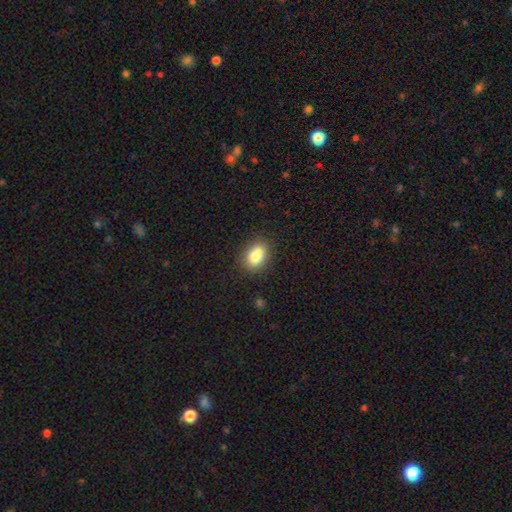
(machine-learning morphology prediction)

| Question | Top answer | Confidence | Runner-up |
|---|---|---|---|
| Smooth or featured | smooth | 84% | star or artifact (9%) |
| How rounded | in between | 82% | round (16%) |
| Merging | none | 80% | minor disturbance (13%) |